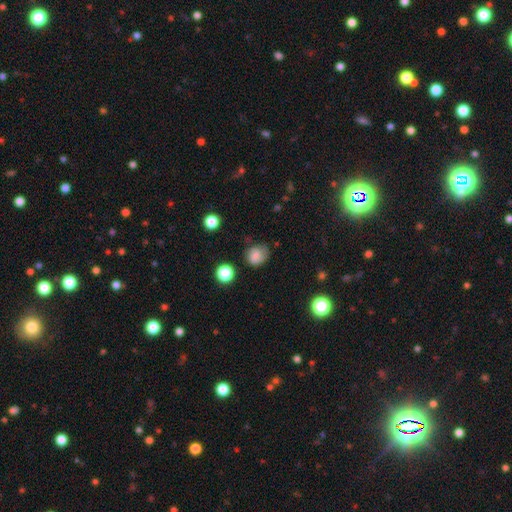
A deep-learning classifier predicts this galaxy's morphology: Smooth or featured?
  - smooth: 77% *
  - star or artifact: 12%
  - featured or disk: 11%
How rounded?
  - round: 65% *
  - in between: 34%
  - cigar-shaped: 1%
Merging?
  - none: 59% *
  - minor disturbance: 28%
  - major disturbance: 10%
  - merger: 3%